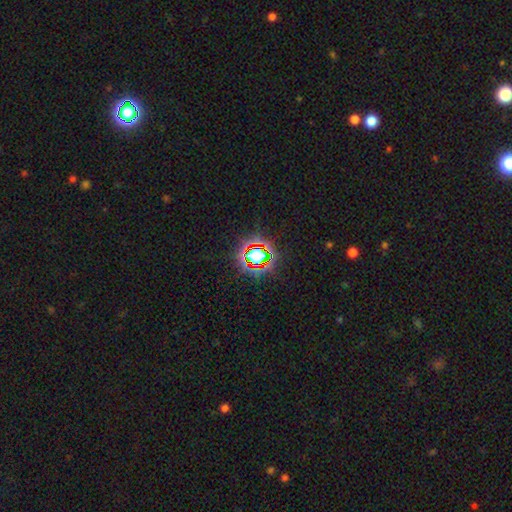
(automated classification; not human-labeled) smooth-or-featured: star or artifact: 69% | smooth: 19% | featured or disk: 11%